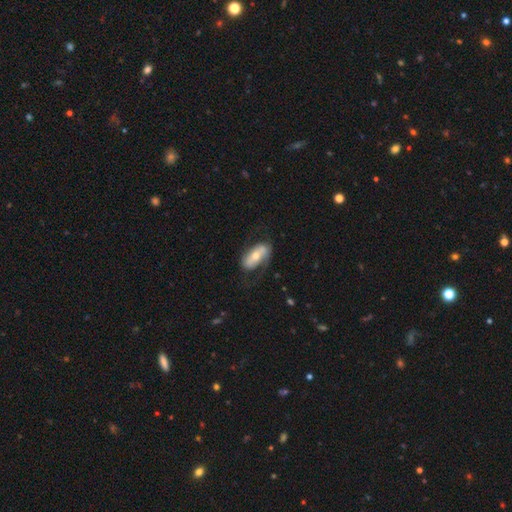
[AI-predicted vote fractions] Smooth or featured: featured or disk — 49% (smooth — 44%)
Merging: none — 62% (minor disturbance — 23%)